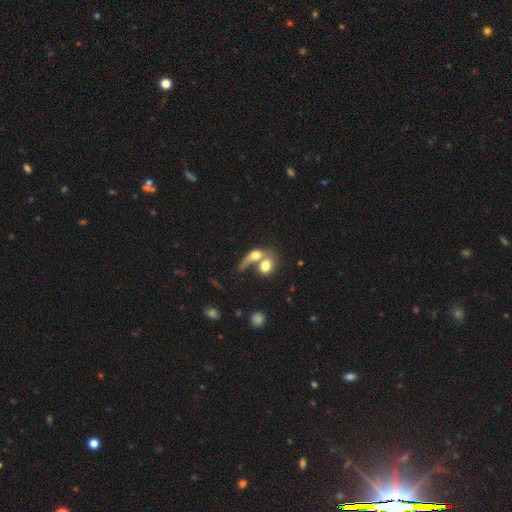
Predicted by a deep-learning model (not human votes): Morphology: type=smooth (67%); roundness=in between (52%); merging=merger (69%).